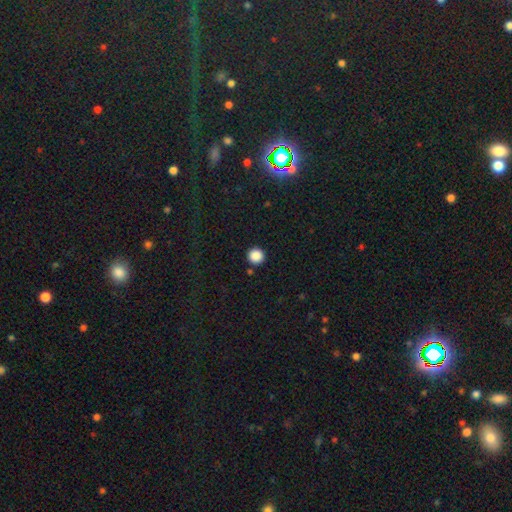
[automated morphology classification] A smooth galaxy with no disk features (87%) that is round (95%).

Vote fractions:
- Smooth or featured? smooth: 87% / star or artifact: 10% / featured or disk: 3%
- How rounded? round: 95% / in between: 4% / cigar-shaped: 1%
- Merging? none: 91% / minor disturbance: 5% / merger: 2% / major disturbance: 2%